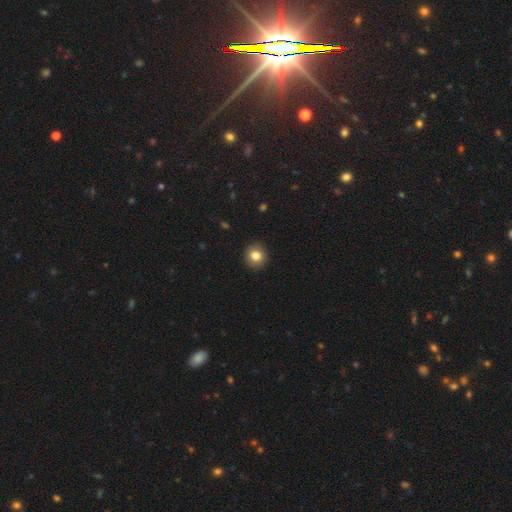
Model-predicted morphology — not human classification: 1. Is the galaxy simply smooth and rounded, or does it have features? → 83% smooth, 10% star or artifact, 7% featured or disk.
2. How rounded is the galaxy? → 85% round, 14% in between, 1% cigar-shaped.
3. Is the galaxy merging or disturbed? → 91% none, 6% minor disturbance, 2% major disturbance, 1% merger.